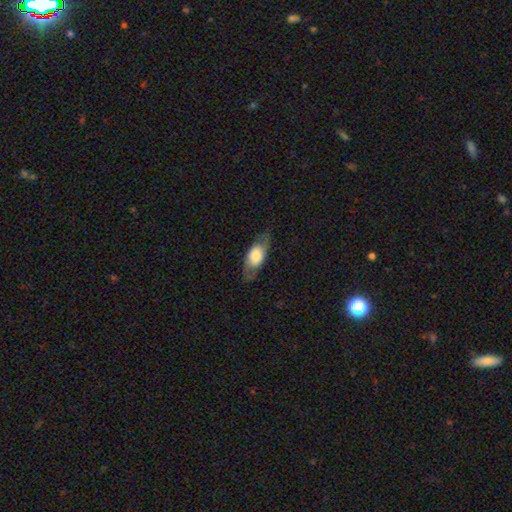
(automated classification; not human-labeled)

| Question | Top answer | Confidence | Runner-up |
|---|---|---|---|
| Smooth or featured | smooth | 58% | featured or disk (36%) |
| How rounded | in between | 78% | cigar-shaped (14%) |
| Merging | none | 75% | minor disturbance (17%) |